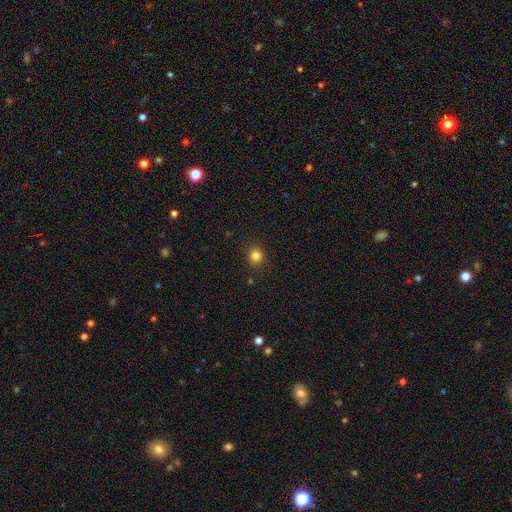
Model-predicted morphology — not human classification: Smooth or featured?
  - smooth: 83% *
  - star or artifact: 13%
  - featured or disk: 5%
How rounded?
  - round: 82% *
  - in between: 18%
  - cigar-shaped: 1%
Merging?
  - none: 89% *
  - minor disturbance: 7%
  - major disturbance: 2%
  - merger: 1%